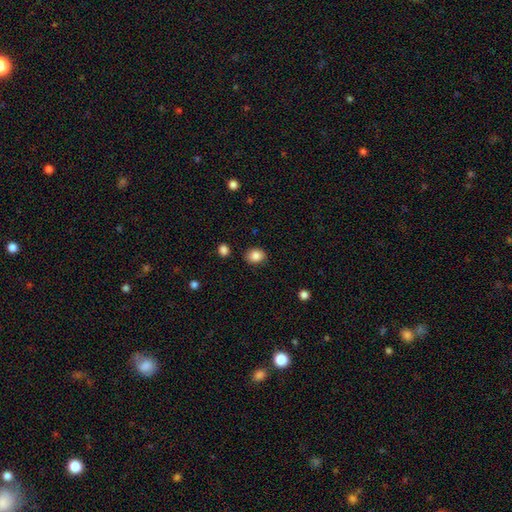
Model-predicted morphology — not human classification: A smooth galaxy with no disk features (86%) that is round (57%).

Vote fractions:
- Smooth or featured? smooth: 86% / star or artifact: 9% / featured or disk: 5%
- How rounded? round: 57% / in between: 42% / cigar-shaped: 1%
- Merging? none: 86% / minor disturbance: 9% / major disturbance: 2% / merger: 2%